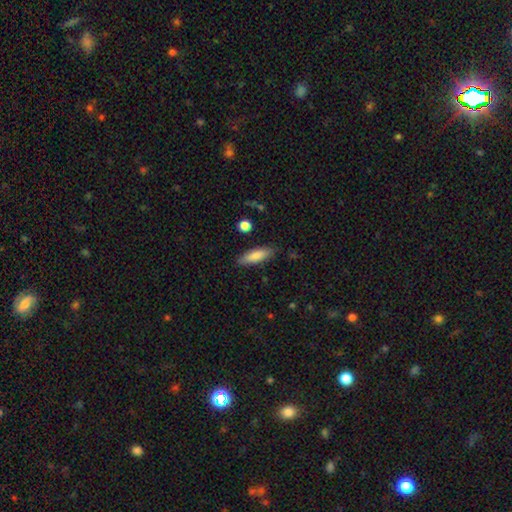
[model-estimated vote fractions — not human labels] Smooth or featured: smooth — 82% (featured or disk — 11%)
How rounded: cigar-shaped — 57% (in between — 41%)
Merging: none — 86% (minor disturbance — 11%)